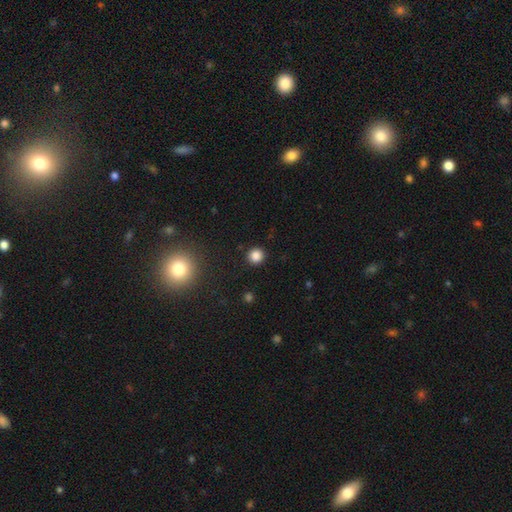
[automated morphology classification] Smooth or featured? Predicted: smooth (p=0.84). How rounded? Predicted: round (p=0.93). Merging? Predicted: none (p=0.91).